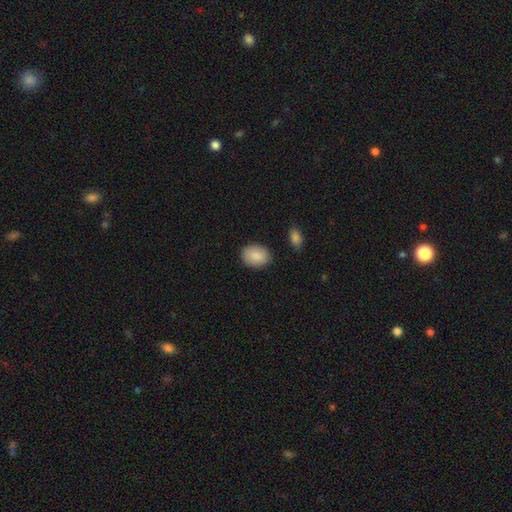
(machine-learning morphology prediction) smooth-or-featured: smooth: 89% | star or artifact: 6% | featured or disk: 5%
  how-rounded: in between: 75% | round: 24% | cigar-shaped: 1%
  merging: none: 85% | minor disturbance: 10% | major disturbance: 3% | merger: 2%